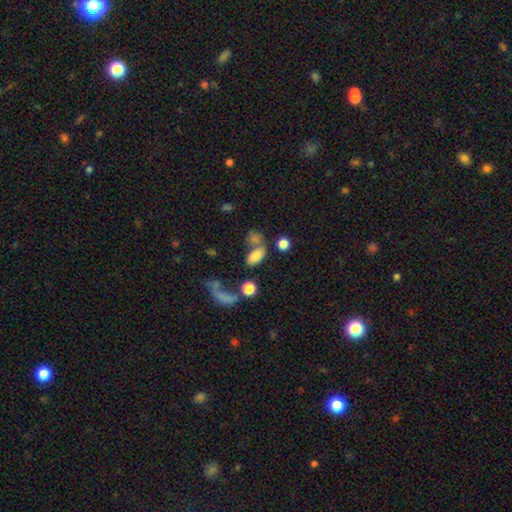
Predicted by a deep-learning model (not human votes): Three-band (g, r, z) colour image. It shows a smooth galaxy with no disk features (77%) that is in between round and cigar-shaped (87%). Merging: none (44%).